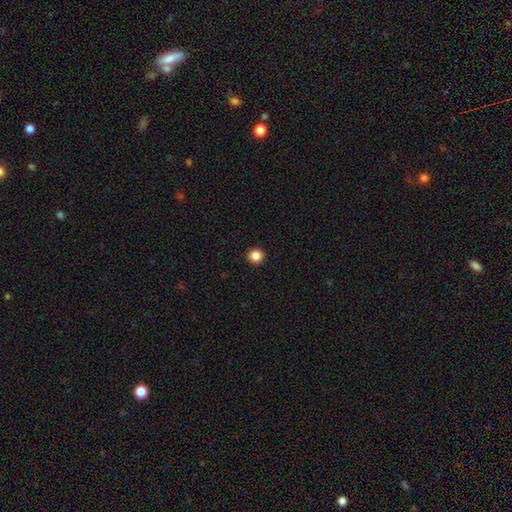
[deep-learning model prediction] Morphology: type=smooth (86%); roundness=round (92%); merging=none (93%).